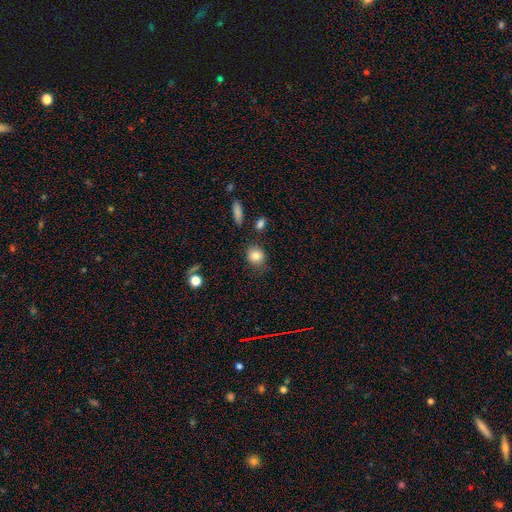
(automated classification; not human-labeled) smooth-or-featured: smooth: 83% | star or artifact: 9% | featured or disk: 8%
  how-rounded: round: 74% | in between: 24% | cigar-shaped: 1%
  merging: none: 79% | minor disturbance: 13% | merger: 4% | major disturbance: 3%